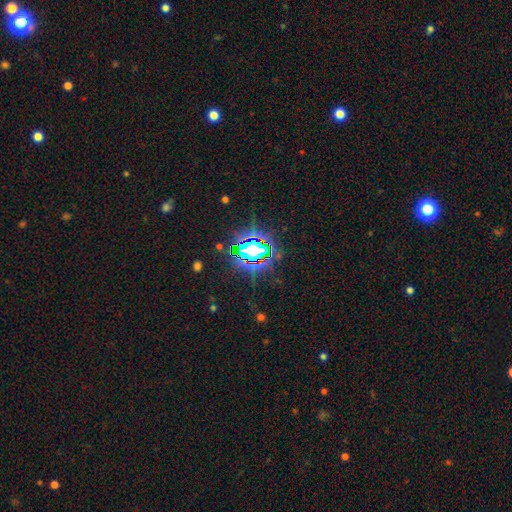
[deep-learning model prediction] smooth-or-featured: star or artifact: 71% | smooth: 17% | featured or disk: 12%